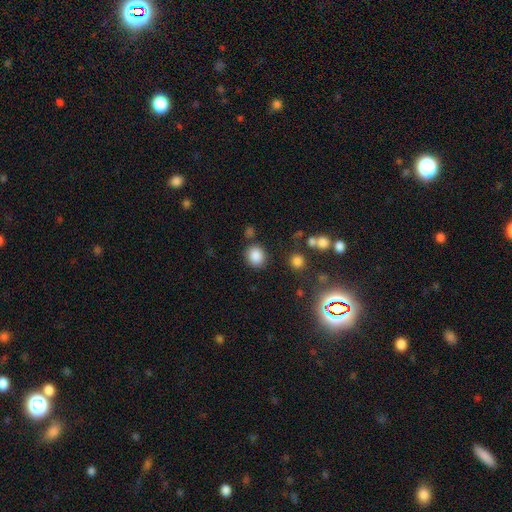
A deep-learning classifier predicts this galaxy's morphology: Q: Smooth or featured?
A: smooth (85%); runner-up: star or artifact (11%)
Q: How rounded?
A: round (76%); runner-up: in between (23%)
Q: Merging?
A: none (82%); runner-up: minor disturbance (10%)